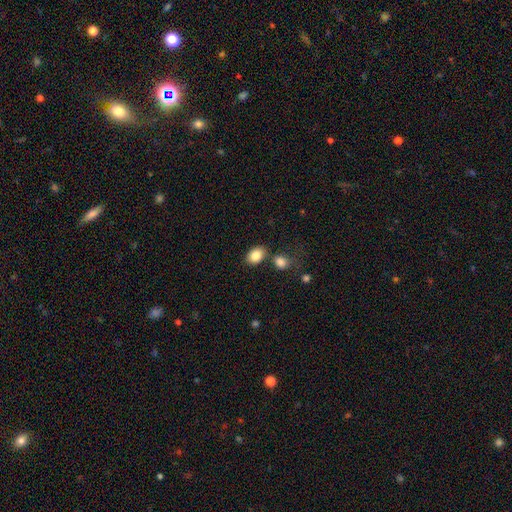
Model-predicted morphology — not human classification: smooth_or_featured: smooth (p=0.84) [alt: star or artifact p=0.08]
how_rounded: in between (p=0.76) [alt: round p=0.23]
merging: none (p=0.73) [alt: merger p=0.13]